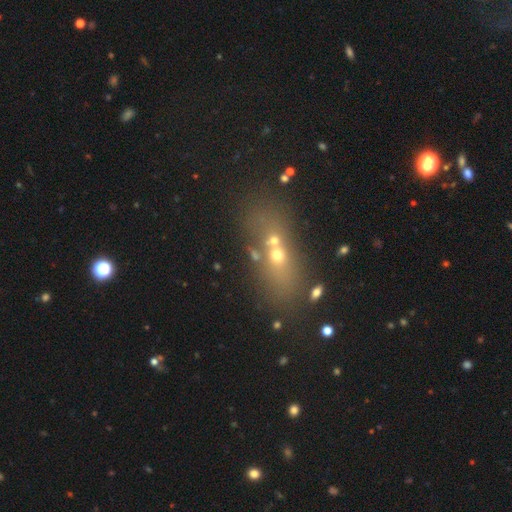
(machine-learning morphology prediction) Smooth or featured? Predicted: smooth (p=0.44). Merging? Predicted: merger (p=0.45).